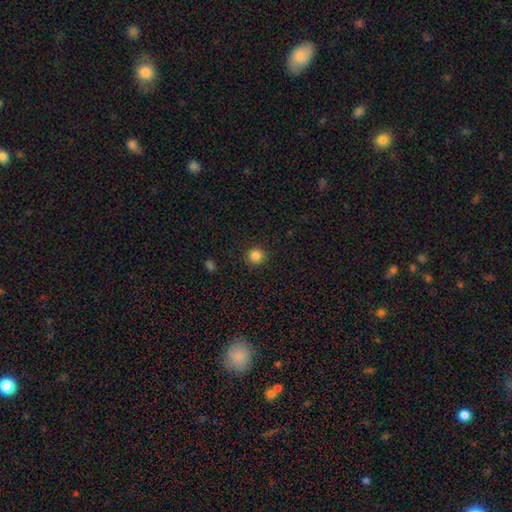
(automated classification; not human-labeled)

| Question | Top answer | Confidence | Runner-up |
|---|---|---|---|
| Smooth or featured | smooth | 85% | star or artifact (11%) |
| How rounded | round | 92% | in between (7%) |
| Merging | none | 91% | minor disturbance (6%) |